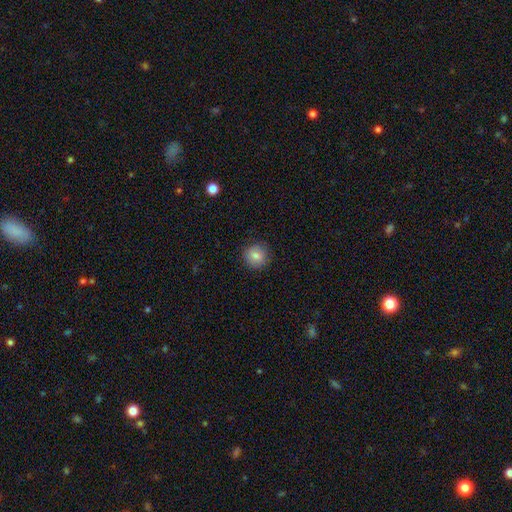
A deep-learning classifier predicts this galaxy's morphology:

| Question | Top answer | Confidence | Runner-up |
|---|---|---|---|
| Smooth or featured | smooth | 82% | star or artifact (10%) |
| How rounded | round | 93% | in between (6%) |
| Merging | none | 90% | minor disturbance (7%) |